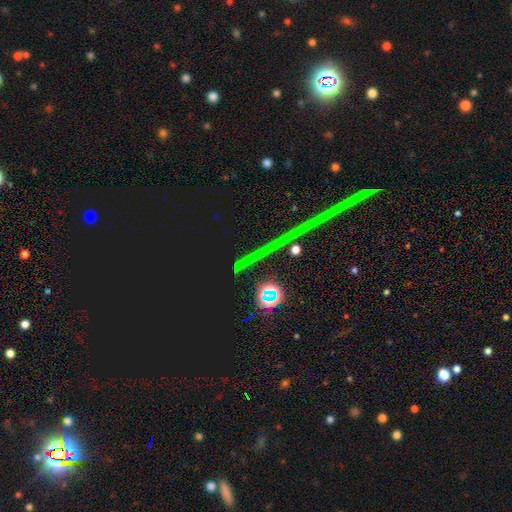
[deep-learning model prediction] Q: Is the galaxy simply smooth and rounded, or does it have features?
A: star or artifact — 80%.